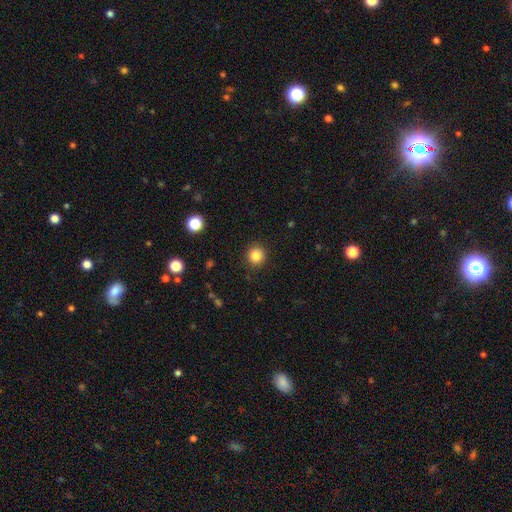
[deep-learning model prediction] Morphology: type=smooth (83%); roundness=round (92%); merging=none (91%).